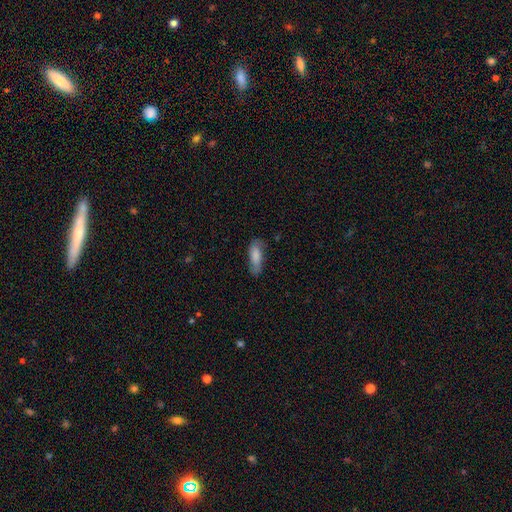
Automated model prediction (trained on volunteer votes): Overall: smooth (79%). How rounded: in between (65%; cigar-shaped 33%). Merging: none (68%).